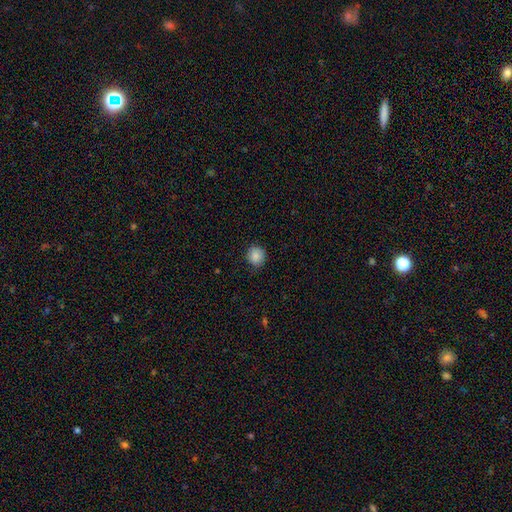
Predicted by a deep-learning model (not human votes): Smooth or featured?
  - smooth: 87% *
  - star or artifact: 9%
  - featured or disk: 4%
How rounded?
  - round: 88% *
  - in between: 11%
  - cigar-shaped: 1%
Merging?
  - none: 84% *
  - minor disturbance: 12%
  - major disturbance: 2%
  - merger: 1%